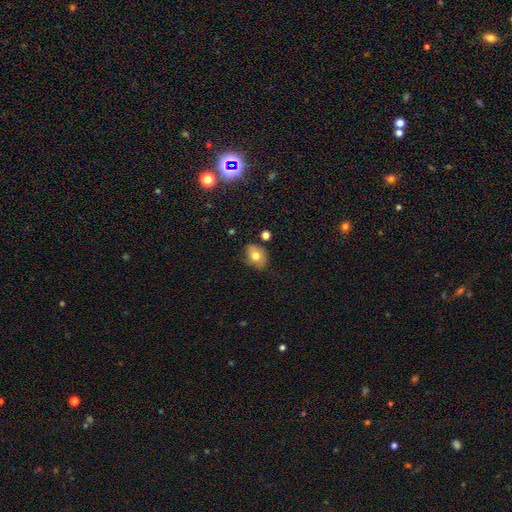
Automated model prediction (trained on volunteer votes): This is likely a smooth galaxy (70%). How rounded: likely in between (69%). Merging: likely none (69%).